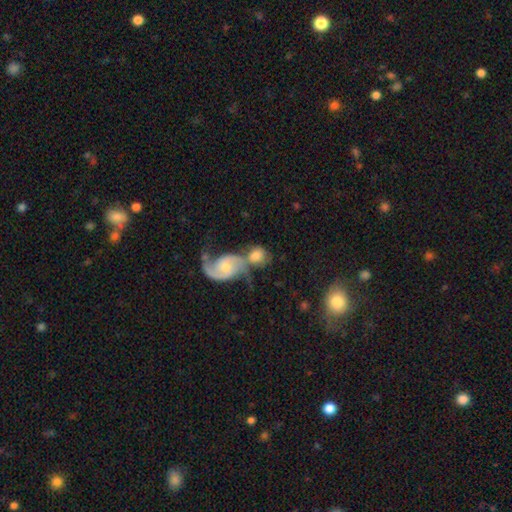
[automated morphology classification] Smooth or featured: featured or disk — 51% (smooth — 42%)
Edge-on disk: no — 95% (yes — 5%)
Merging: merger — 64% (none — 21%)